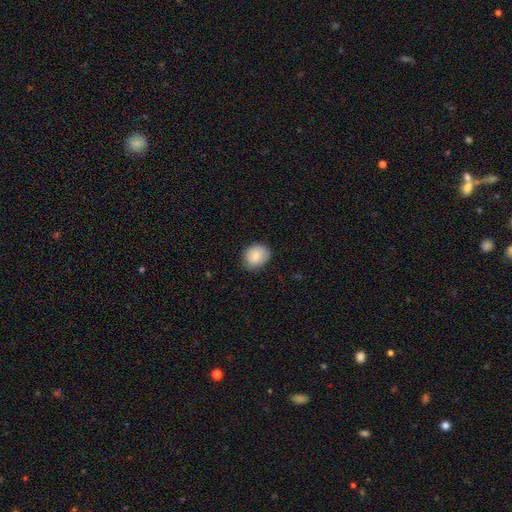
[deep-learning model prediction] smooth-or-featured: smooth: 82% | featured or disk: 10% | star or artifact: 7%
  how-rounded: round: 58% | in between: 41% | cigar-shaped: 1%
  merging: none: 79% | minor disturbance: 17% | major disturbance: 3% | merger: 1%